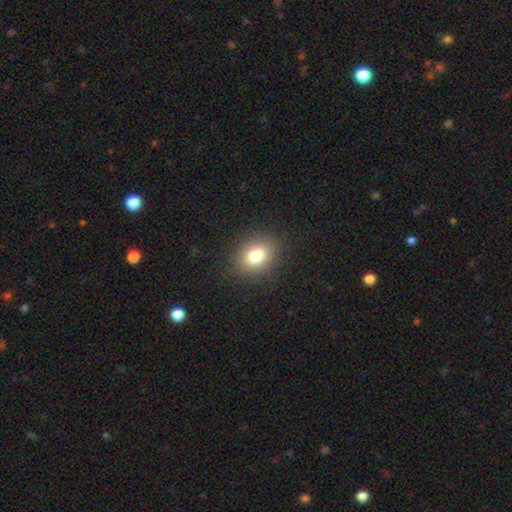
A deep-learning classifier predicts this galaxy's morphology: Overall: smooth (80%). How rounded: in between (55%; round 44%). Merging: none (87%).